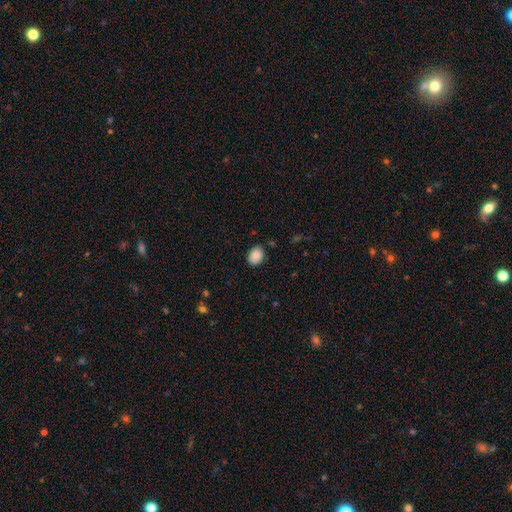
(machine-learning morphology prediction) This is clearly a smooth galaxy (89%). How rounded: possibly in between (58%). Merging: clearly none (83%).